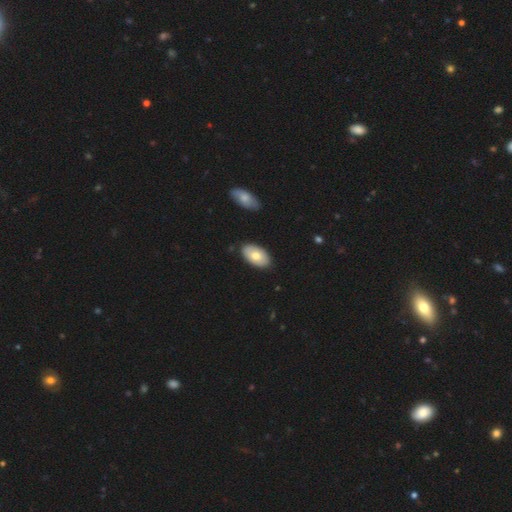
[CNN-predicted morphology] Q: Smooth or featured?
A: smooth (72%); runner-up: featured or disk (23%)
Q: How rounded?
A: in between (95%); runner-up: round (3%)
Q: Merging?
A: none (87%); runner-up: minor disturbance (9%)